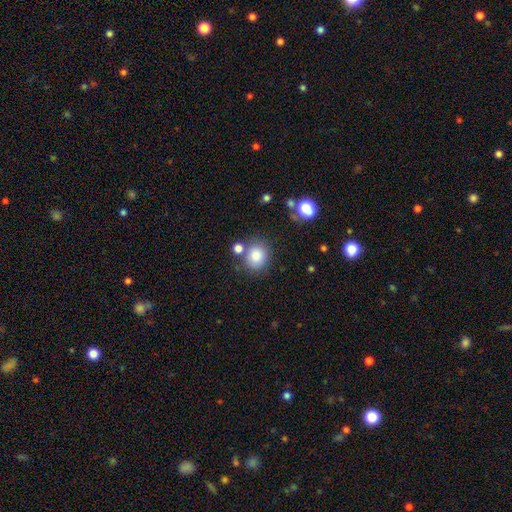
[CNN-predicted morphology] A smooth galaxy with no disk features (81%) that is round (79%). Merging: none (71%).